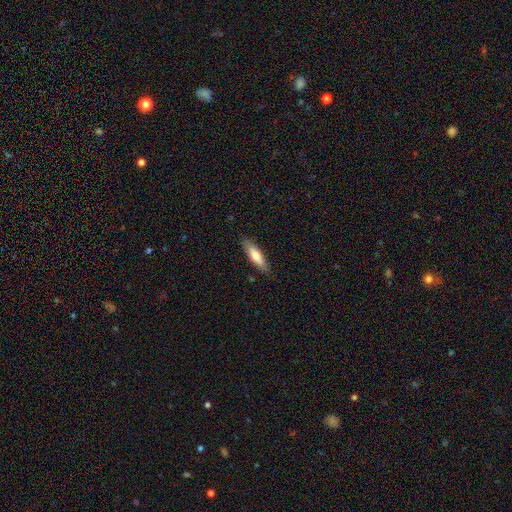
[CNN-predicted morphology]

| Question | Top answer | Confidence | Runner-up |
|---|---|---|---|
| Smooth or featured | smooth | 66% | featured or disk (28%) |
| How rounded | cigar-shaped | 63% | in between (36%) |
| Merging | none | 84% | minor disturbance (12%) |